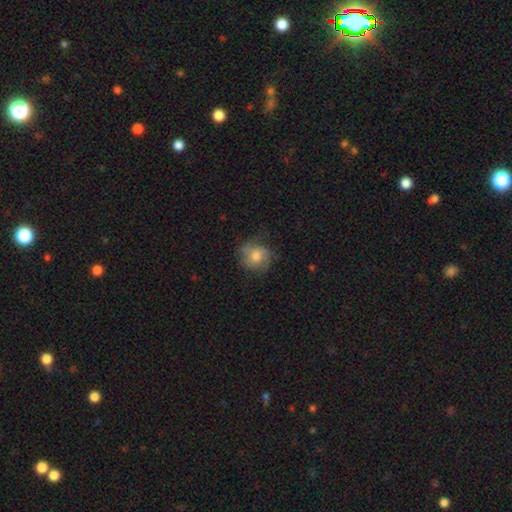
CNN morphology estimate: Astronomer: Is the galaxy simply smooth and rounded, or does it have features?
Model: smooth — 48% (runner-up: featured or disk, 43%).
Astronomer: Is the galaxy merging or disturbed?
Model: none — 63%.